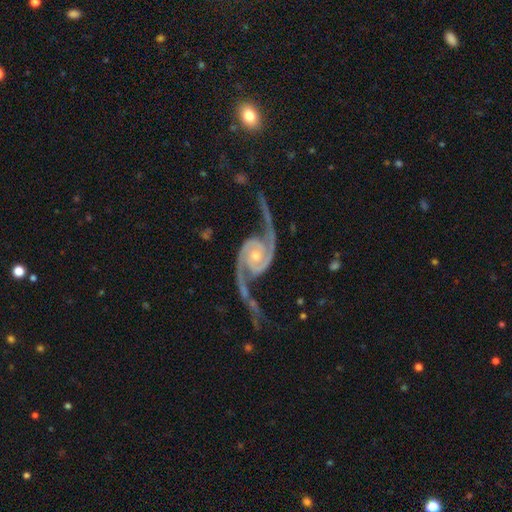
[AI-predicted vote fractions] A featured or disk galaxy (95%) with no bar (64%), 2 (95%) loose (44%) spiral arms (99%) and a moderate central bulge (53%). Merging: none (65%).